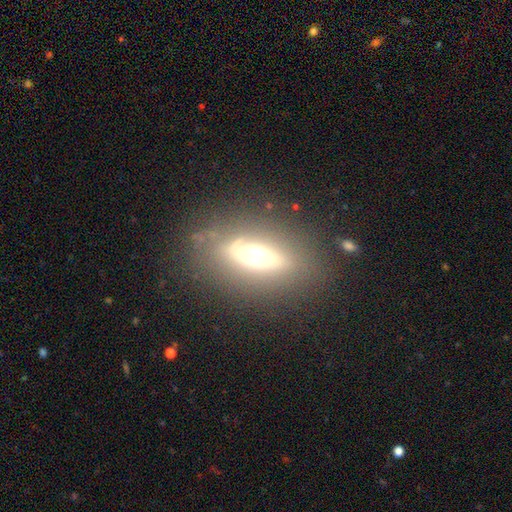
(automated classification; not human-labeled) A featured or disk galaxy (54%) viewed edge-on (64%).

Vote fractions:
- Smooth or featured? featured or disk: 54% / smooth: 35% / star or artifact: 11%
- Edge-on disk? yes: 64% / no: 36%
- Merging? none: 78% / minor disturbance: 13% / major disturbance: 7% / merger: 2%